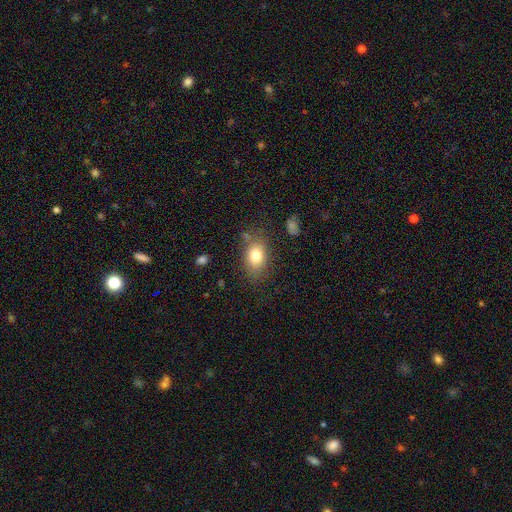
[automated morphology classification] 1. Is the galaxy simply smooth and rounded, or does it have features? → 78% smooth, 12% featured or disk, 9% star or artifact.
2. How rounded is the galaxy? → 80% in between, 18% round, 2% cigar-shaped.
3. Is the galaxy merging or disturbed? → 75% none, 16% minor disturbance, 5% major disturbance, 4% merger.